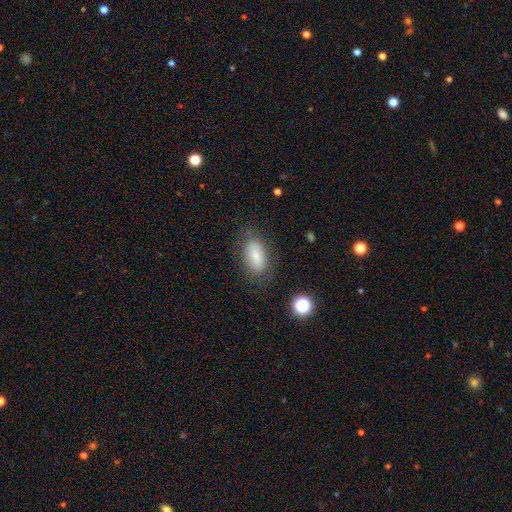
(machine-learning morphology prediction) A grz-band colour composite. It shows a smooth galaxy with no disk features (76%) that is in between round and cigar-shaped (90%). Merging: none (76%).